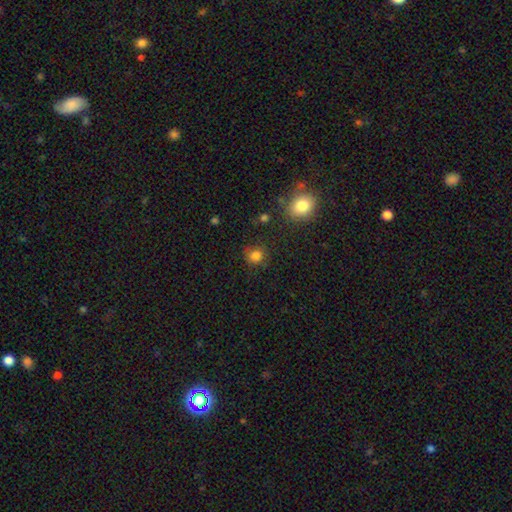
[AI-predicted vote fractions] This appears to be a smooth galaxy with no disk features (82%) that is round (83%). Merging: none (79%).